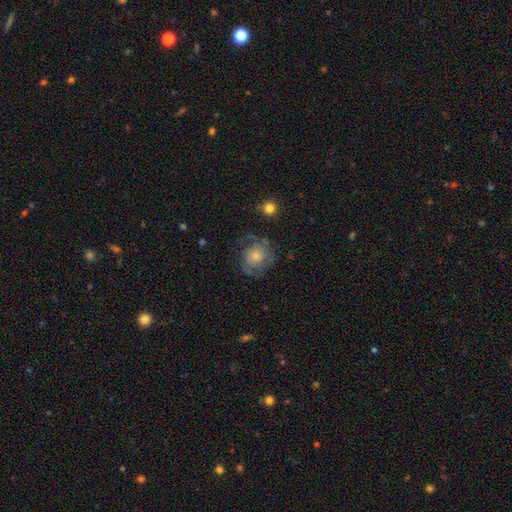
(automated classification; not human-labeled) The model was most divided on "smooth or featured": featured or disk: 48%, smooth: 44%, star or artifact: 8%. More confident: merging — none (57%).